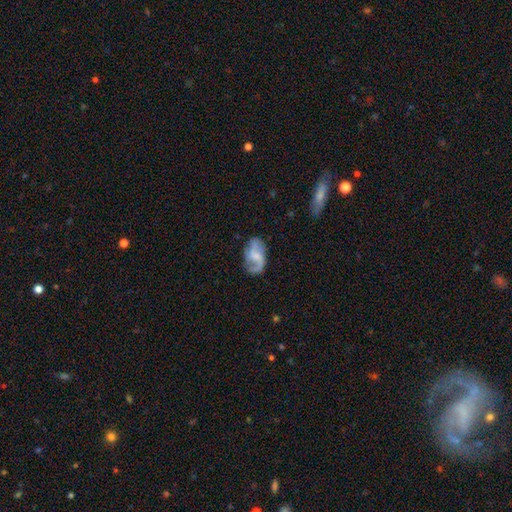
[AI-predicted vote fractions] This appears to be a featured or disk galaxy (61%) with no bar (47%), spiral arms (80%) and no central bulge (39%). Merging: none (58%).